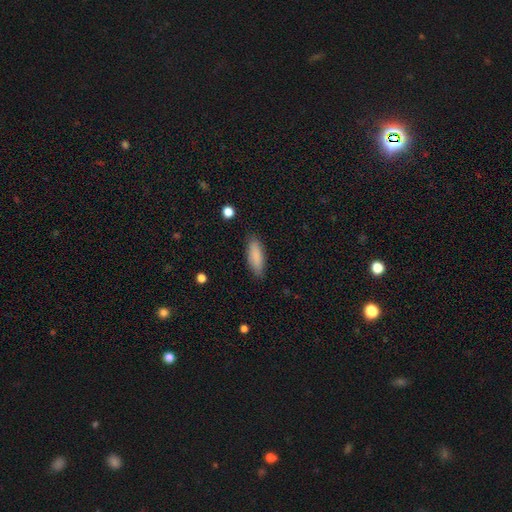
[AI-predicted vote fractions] Smooth or featured?
  - smooth: 86% *
  - featured or disk: 7%
  - star or artifact: 7%
How rounded?
  - in between: 59% *
  - cigar-shaped: 39%
  - round: 2%
Merging?
  - none: 85% *
  - minor disturbance: 11%
  - major disturbance: 2%
  - merger: 1%